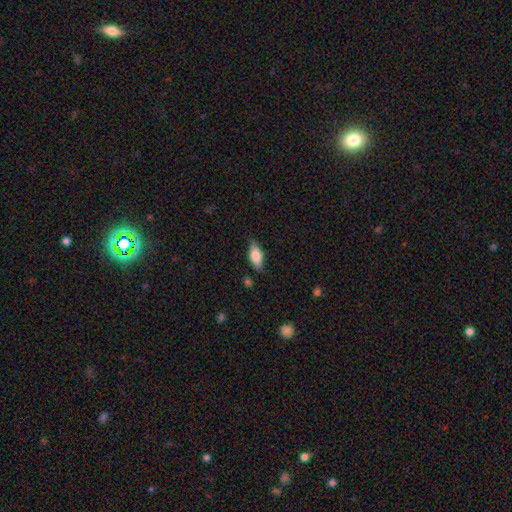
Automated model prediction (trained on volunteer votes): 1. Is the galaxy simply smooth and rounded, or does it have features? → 76% smooth, 17% featured or disk, 7% star or artifact.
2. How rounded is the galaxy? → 83% in between, 14% cigar-shaped, 3% round.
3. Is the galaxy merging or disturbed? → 76% none, 19% minor disturbance, 4% major disturbance, 2% merger.